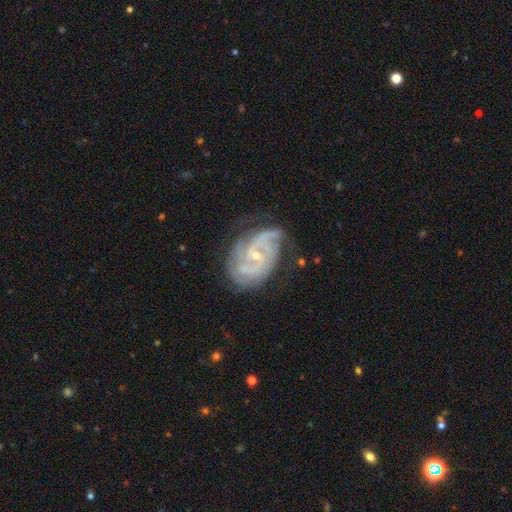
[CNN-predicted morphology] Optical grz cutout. It shows a featured or disk galaxy (88%) with no bar (49%), 2 (35%) tight (47%) spiral arms (97%) and a small central bulge (71%). Merging: none (62%).